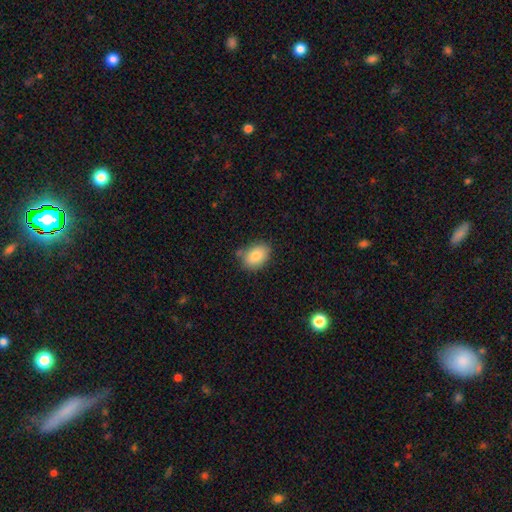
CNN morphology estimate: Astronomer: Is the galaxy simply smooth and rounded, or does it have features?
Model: smooth — 83%.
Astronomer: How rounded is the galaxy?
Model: in between — 81%.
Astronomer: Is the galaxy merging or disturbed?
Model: none — 75%.